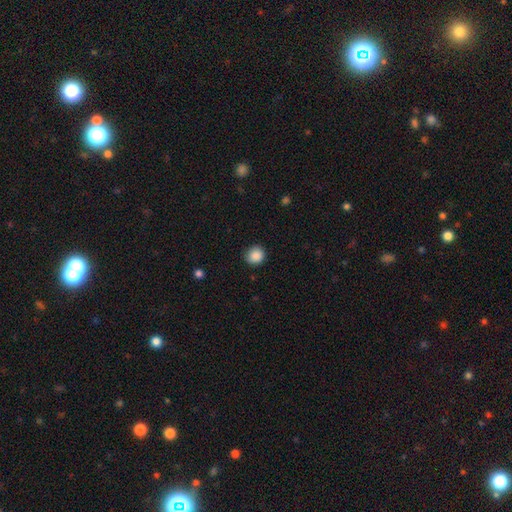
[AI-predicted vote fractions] Morphology: type=smooth (88%); roundness=round (88%); merging=none (87%).